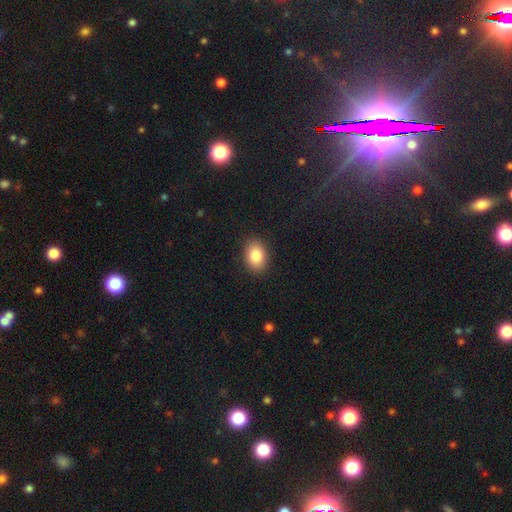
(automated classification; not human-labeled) A smooth galaxy with no disk features (86%) that is in between round and cigar-shaped (79%).

Vote fractions:
- Smooth or featured? smooth: 86% / star or artifact: 8% / featured or disk: 6%
- How rounded? in between: 79% / round: 20% / cigar-shaped: 1%
- Merging? none: 89% / minor disturbance: 8% / major disturbance: 2% / merger: 1%